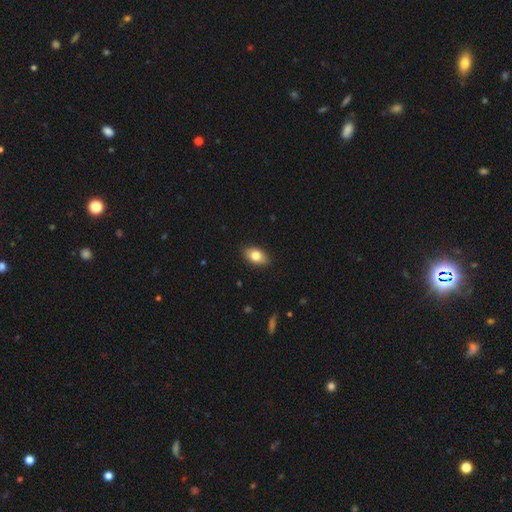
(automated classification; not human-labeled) Smooth or featured? Predicted: smooth (p=0.78). How rounded? Predicted: in between (p=0.90). Merging? Predicted: none (p=0.88).